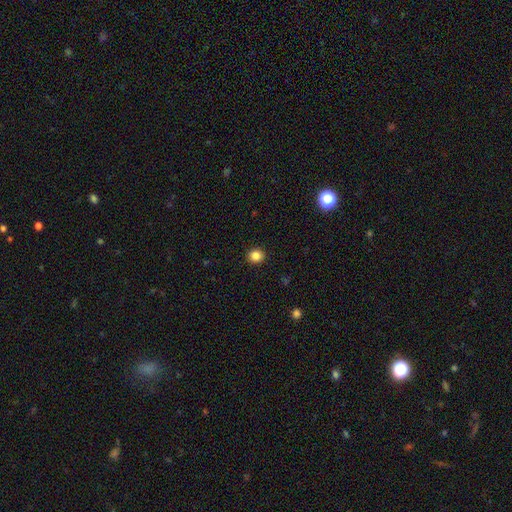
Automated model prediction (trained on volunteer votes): smooth 85%, star or artifact 12%, featured or disk 4%. Down the decision tree: how rounded — round (86%); merging — none (92%).